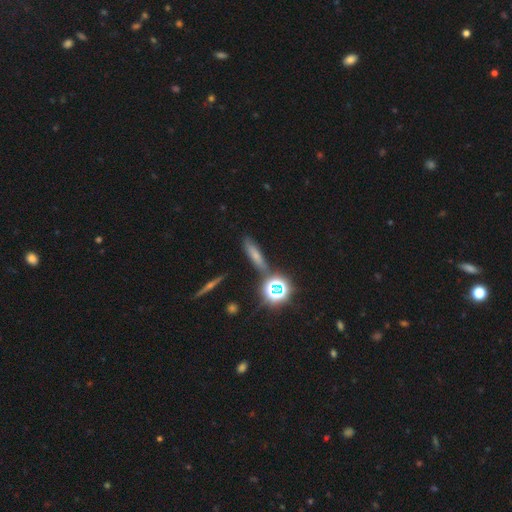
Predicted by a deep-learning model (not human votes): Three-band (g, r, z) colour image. It shows a smooth galaxy with no disk features (59%) that is cigar-shaped (62%). Merging: none (78%).